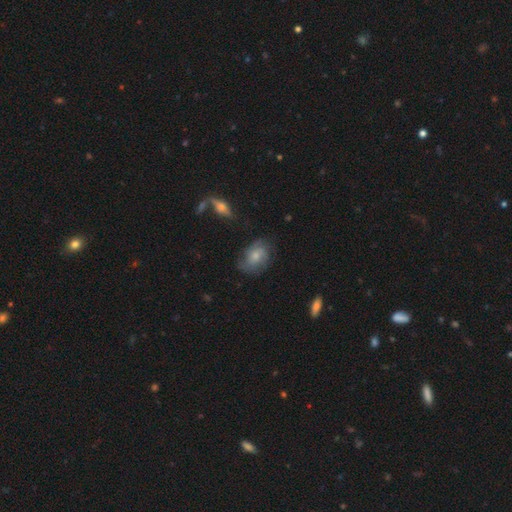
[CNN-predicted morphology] This is possibly a smooth galaxy (54%). How rounded: likely in between (74%). Merging: possibly none (59%).